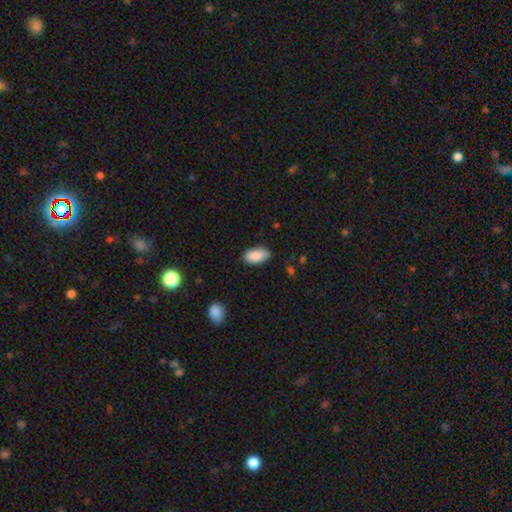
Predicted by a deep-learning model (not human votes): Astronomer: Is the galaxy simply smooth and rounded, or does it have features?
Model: smooth — 89%.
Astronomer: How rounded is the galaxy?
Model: in between — 94%.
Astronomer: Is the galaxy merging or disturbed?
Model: none — 84%.